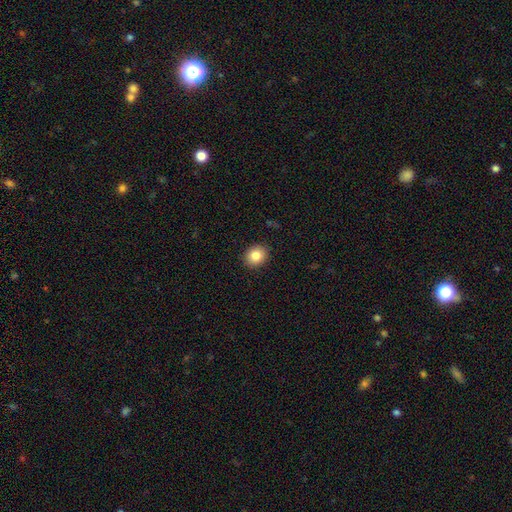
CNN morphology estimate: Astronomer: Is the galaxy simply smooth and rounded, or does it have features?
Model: smooth — 84%.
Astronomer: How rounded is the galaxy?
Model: round — 62% (runner-up: in between, 37%).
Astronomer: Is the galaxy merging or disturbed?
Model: none — 90%.